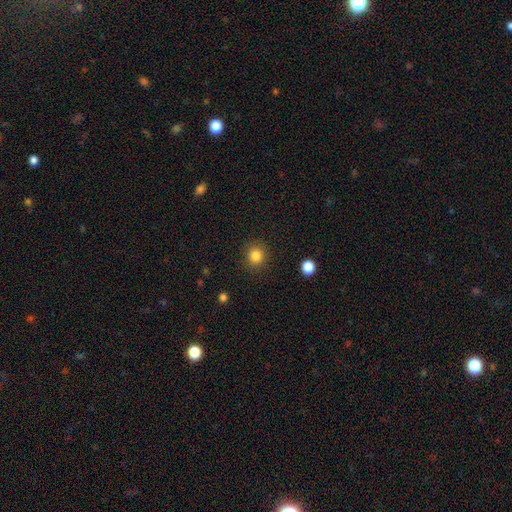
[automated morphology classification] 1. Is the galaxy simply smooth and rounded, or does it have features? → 84% smooth, 11% star or artifact, 5% featured or disk.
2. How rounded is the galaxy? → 89% round, 10% in between, 1% cigar-shaped.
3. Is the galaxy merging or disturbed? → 89% none, 7% minor disturbance, 3% major disturbance, 1% merger.